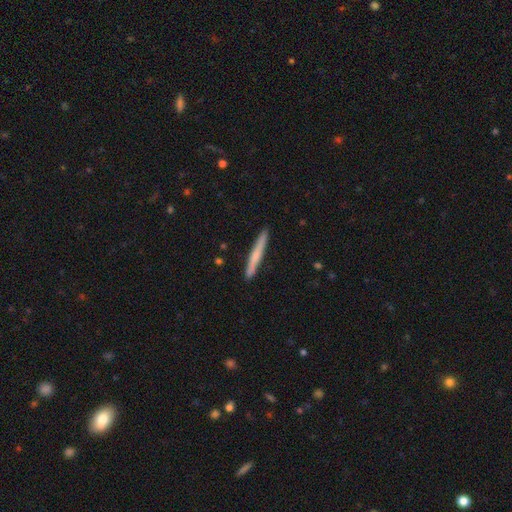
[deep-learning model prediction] smooth_or_featured: smooth (p=0.59) [alt: featured or disk p=0.35]
how_rounded: cigar-shaped (p=0.97) [alt: in between p=0.02]
merging: none (p=0.91) [alt: minor disturbance p=0.07]